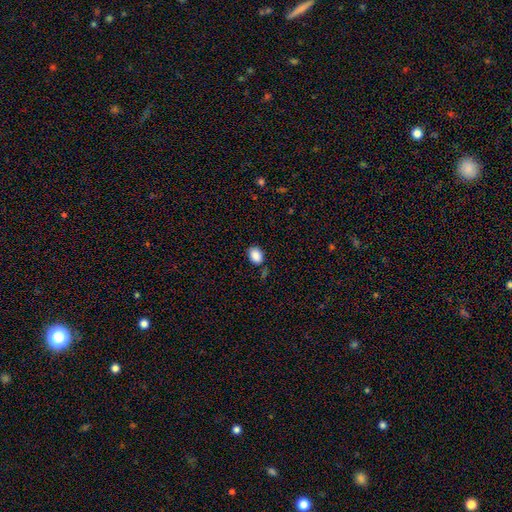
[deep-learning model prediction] This appears to be a smooth galaxy with no disk features (88%) that is in between round and cigar-shaped (71%). Merging: none (73%).